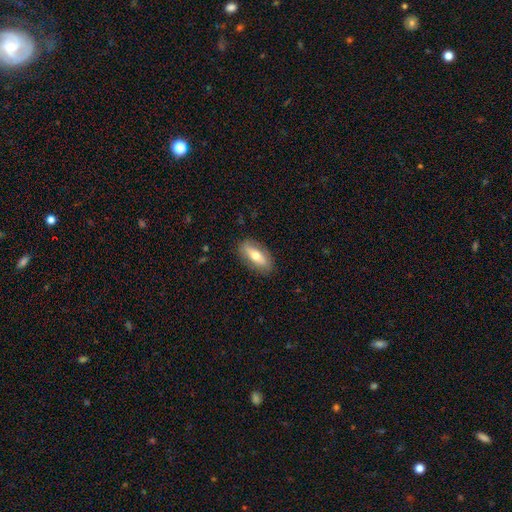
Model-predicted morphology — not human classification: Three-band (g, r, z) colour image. It shows a smooth galaxy with no disk features (59%) that is in between round and cigar-shaped (76%). Merging: none (85%).